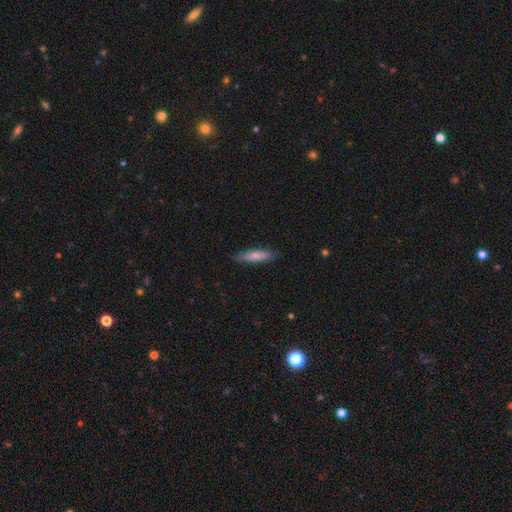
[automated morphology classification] smooth 75%, featured or disk 19%, star or artifact 6%. Down the decision tree: how rounded — cigar-shaped (72%); merging — none (85%).